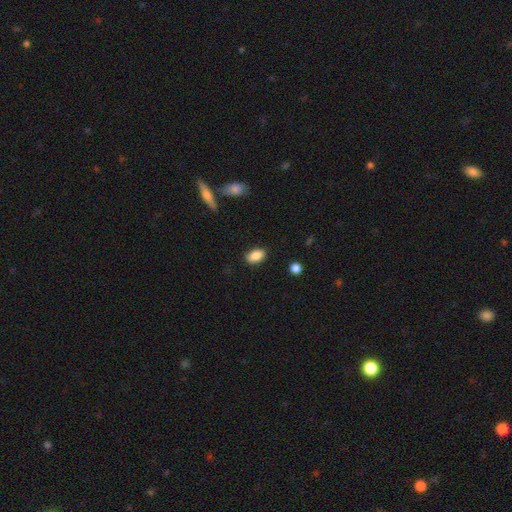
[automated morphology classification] Overall: smooth (88%). How rounded: in between (90%). Merging: none (87%).